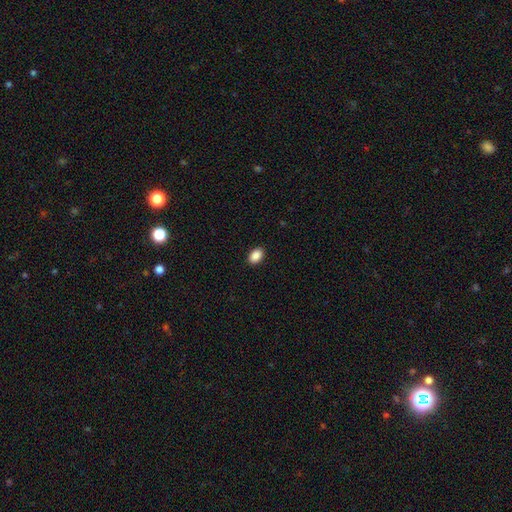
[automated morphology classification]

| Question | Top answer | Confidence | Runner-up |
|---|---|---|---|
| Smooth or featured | smooth | 90% | star or artifact (8%) |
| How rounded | in between | 86% | round (12%) |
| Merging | none | 91% | minor disturbance (7%) |